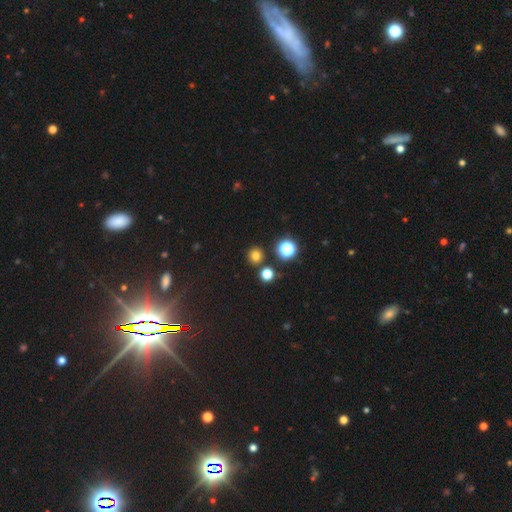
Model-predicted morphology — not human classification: Overall: smooth (74%). How rounded: round (92%). Merging: none (84%).